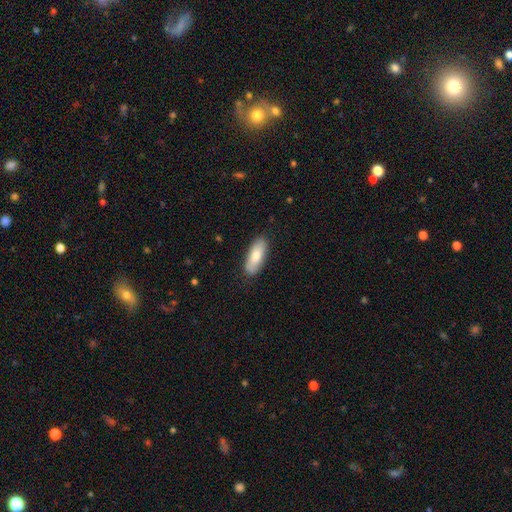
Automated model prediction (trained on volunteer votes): Morphology: type=smooth (76%); roundness=in between (75%); merging=none (86%).